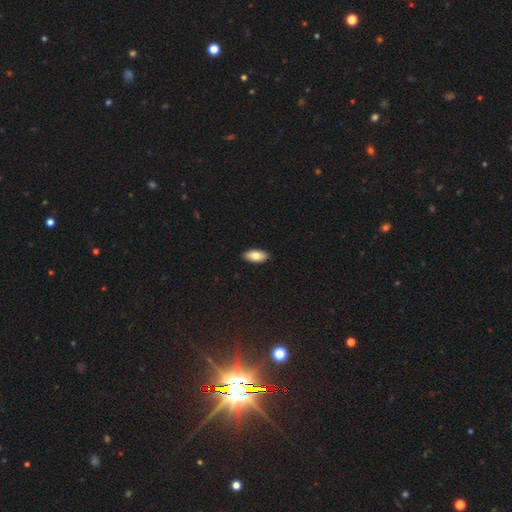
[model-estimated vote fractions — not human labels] Smooth or featured: smooth — 81% (featured or disk — 13%)
How rounded: in between — 91% (cigar-shaped — 6%)
Merging: none — 90% (minor disturbance — 7%)